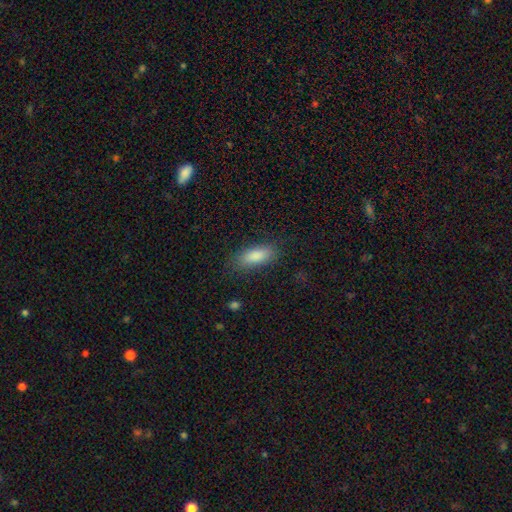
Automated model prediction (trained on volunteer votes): smooth-or-featured: smooth: 85% | featured or disk: 8% | star or artifact: 7%
  how-rounded: in between: 73% | cigar-shaped: 25% | round: 2%
  merging: none: 83% | minor disturbance: 12% | major disturbance: 3% | merger: 1%